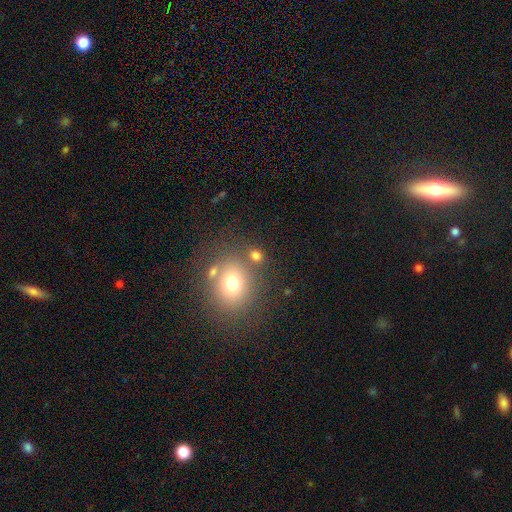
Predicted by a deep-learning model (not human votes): Overall: smooth (73%). How rounded: round (66%; in between 32%). Merging: none (68%).